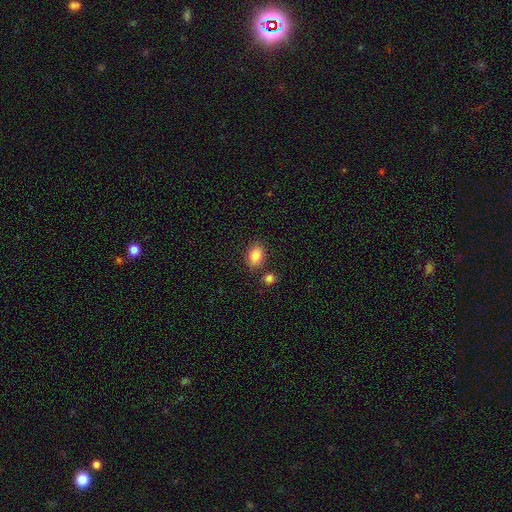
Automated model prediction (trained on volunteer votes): A smooth galaxy with no disk features (84%) that is in between round and cigar-shaped (83%).

Vote fractions:
- Smooth or featured? smooth: 84% / star or artifact: 8% / featured or disk: 8%
- How rounded? in between: 83% / round: 16% / cigar-shaped: 1%
- Merging? none: 79% / minor disturbance: 11% / merger: 8% / major disturbance: 3%